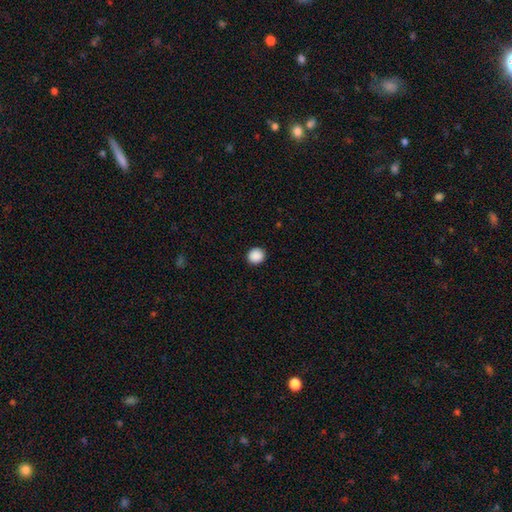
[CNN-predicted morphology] Smooth or featured? smooth (90%)
How rounded? round (90%)
Merging? none (93%)